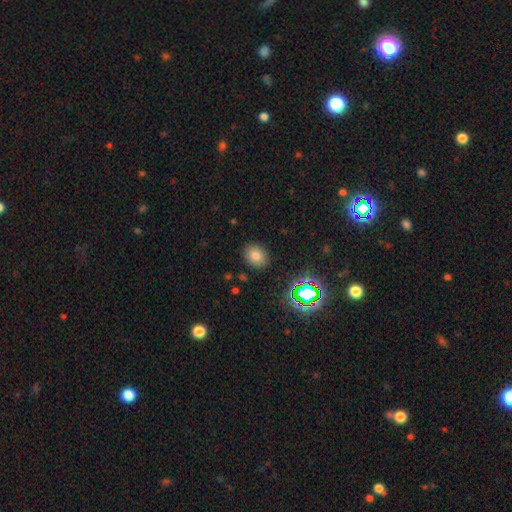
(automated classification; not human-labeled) Overall: smooth (75%). How rounded: round (60%; in between 39%). Merging: none (87%).